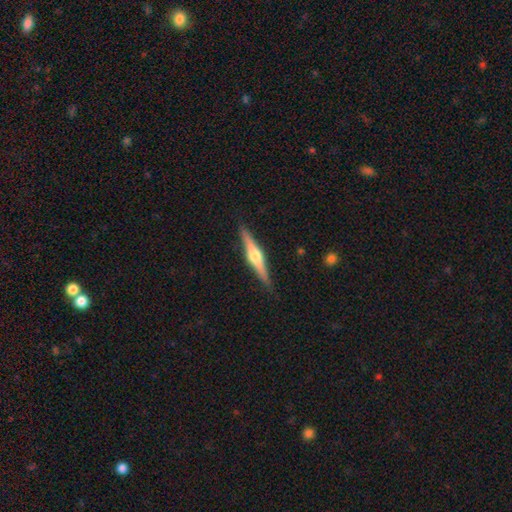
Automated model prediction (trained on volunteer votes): This is likely a featured or disk galaxy (78%). It is clearly viewed edge-on (98%). Edge-on bulge: clearly rounded (92%). Merging: clearly none (91%).